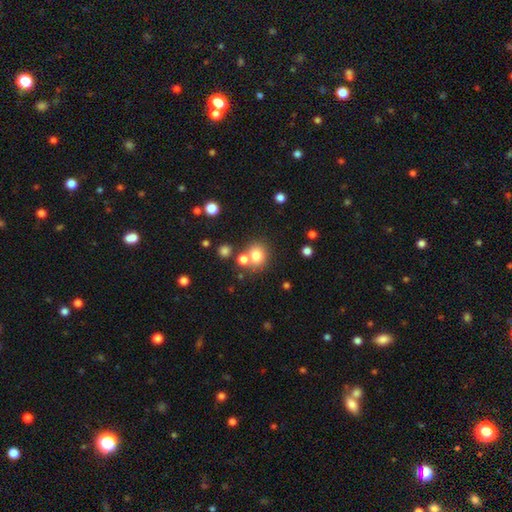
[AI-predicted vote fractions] Smooth or featured? smooth (77%)
How rounded? round (81%)
Merging? none (64%)